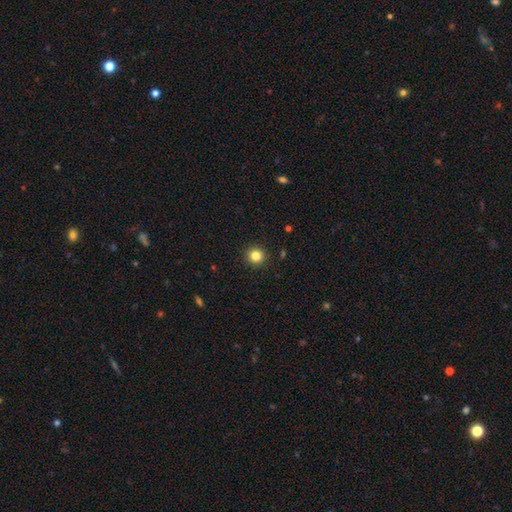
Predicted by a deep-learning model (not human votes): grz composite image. It shows a smooth galaxy with no disk features (83%) that is round (94%). Merging: none (93%).